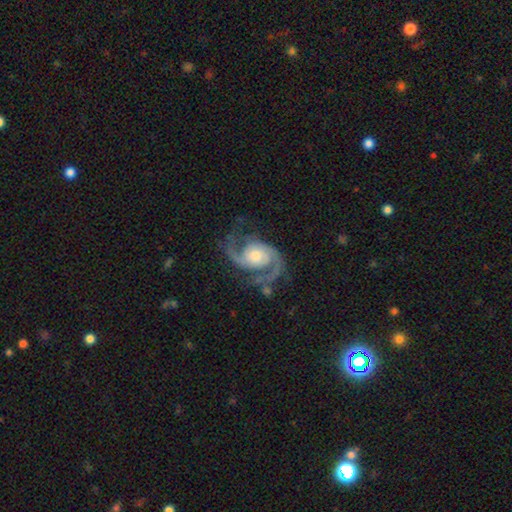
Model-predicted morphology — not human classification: A featured or disk galaxy (92%) with no bar (68%), 2 (92%) medium (57%) spiral arms (98%) and a moderate central bulge (56%).

Vote fractions:
- Smooth or featured? featured or disk: 92% / star or artifact: 4% / smooth: 4%
- Edge-on disk? no: 98% / yes: 2%
- Bar? no: 68% / weak: 25% / strong: 7%
- Spiral arms? yes: 98% / no: 2%
- Spiral winding? medium: 57% / loose: 24% / tight: 19%
- Spiral arm count? 2: 92% / 3: 2% / can't tell: 2% / 1: 2% / 4: 1% / more than 4: 1%
- Bulge size? moderate: 56% / small: 28% / large: 12% / none: 2% / dominant: 2%
- Merging? none: 70% / minor disturbance: 17% / major disturbance: 11% / merger: 2%